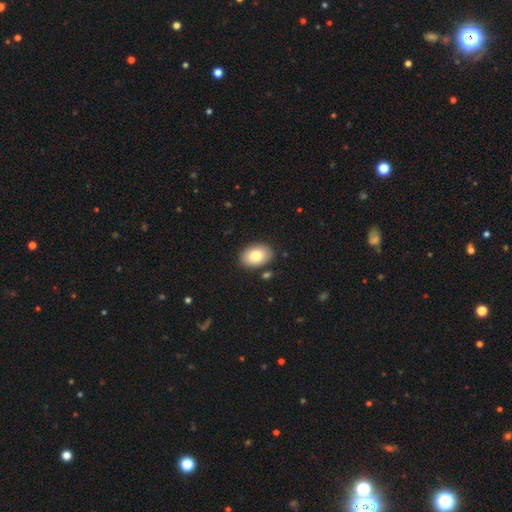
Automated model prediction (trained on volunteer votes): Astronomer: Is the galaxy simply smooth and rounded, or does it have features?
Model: smooth — 84%.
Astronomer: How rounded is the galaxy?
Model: in between — 85%.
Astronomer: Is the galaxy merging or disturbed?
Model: none — 86%.